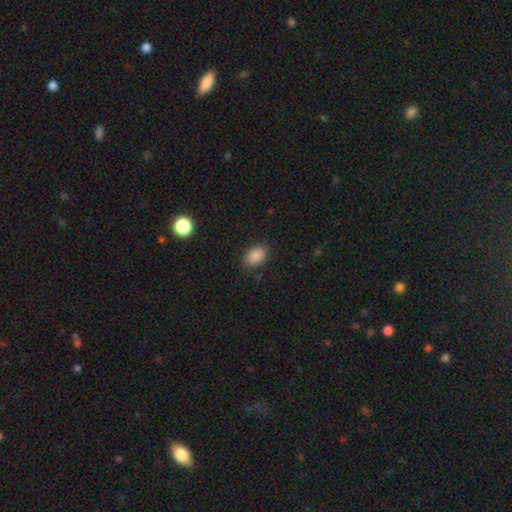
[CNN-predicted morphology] This appears to be a smooth galaxy with no disk features (88%) that is in between round and cigar-shaped (88%). Merging: none (85%).